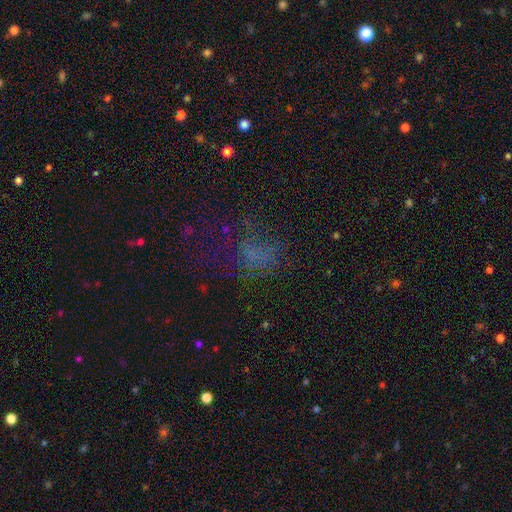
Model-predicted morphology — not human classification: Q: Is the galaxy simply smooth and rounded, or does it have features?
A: smooth — 45%.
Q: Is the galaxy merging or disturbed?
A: none — 47%.